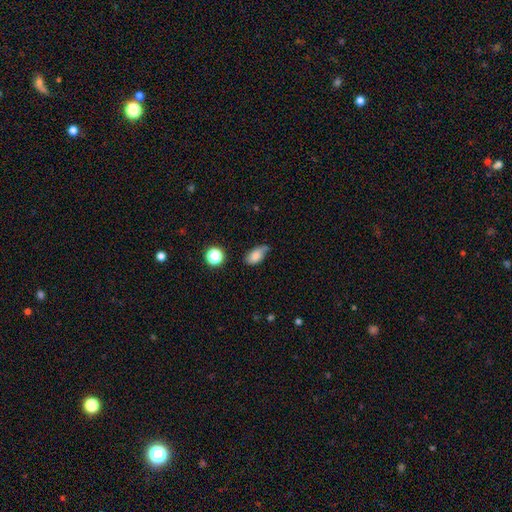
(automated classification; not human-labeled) Overall: smooth (80%). How rounded: in between (88%). Merging: none (51%; minor disturbance 38%).